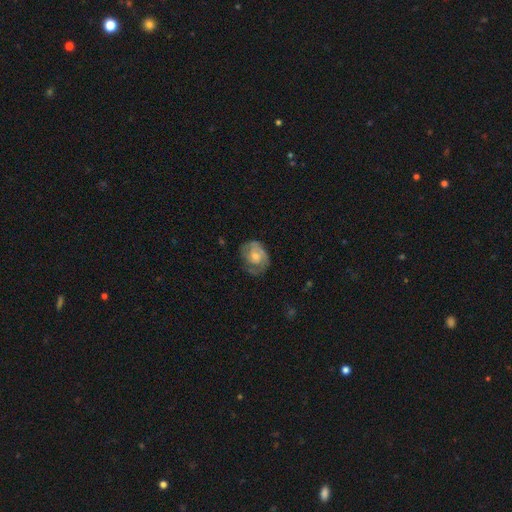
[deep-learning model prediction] Smooth or featured: featured or disk — 63% (smooth — 30%)
Edge-on disk: no — 97% (yes — 3%)
Bar: no — 69% (weak — 27%)
Spiral arms: yes — 81% (no — 19%)
Bulge size: moderate — 52% (small — 35%)
Merging: none — 58% (minor disturbance — 25%)